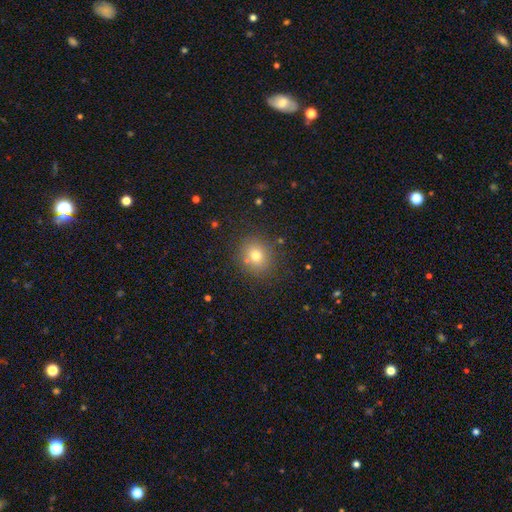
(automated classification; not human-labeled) Smooth or featured?
  - smooth: 74% *
  - star or artifact: 15%
  - featured or disk: 11%
How rounded?
  - round: 72% *
  - in between: 27%
  - cigar-shaped: 1%
Merging?
  - none: 82% *
  - minor disturbance: 10%
  - merger: 5%
  - major disturbance: 3%